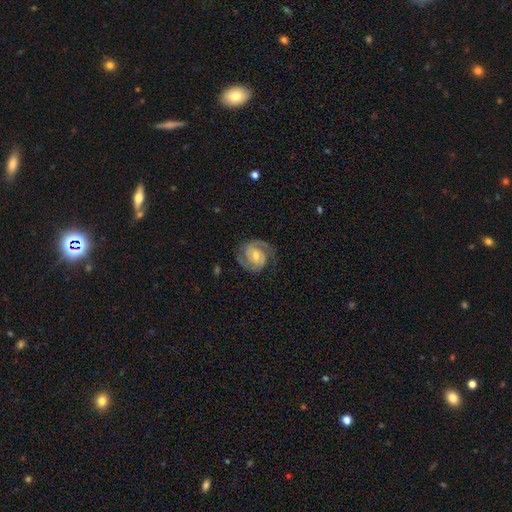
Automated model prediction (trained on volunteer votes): Smooth or featured? featured or disk (87%)
Edge-on disk? no (98%)
Bar? weak (44%)
Spiral arms? yes (97%)
Spiral winding? tight (53%)
Spiral arm count? 2 (88%)
Bulge size? moderate (49%)
Merging? none (77%)